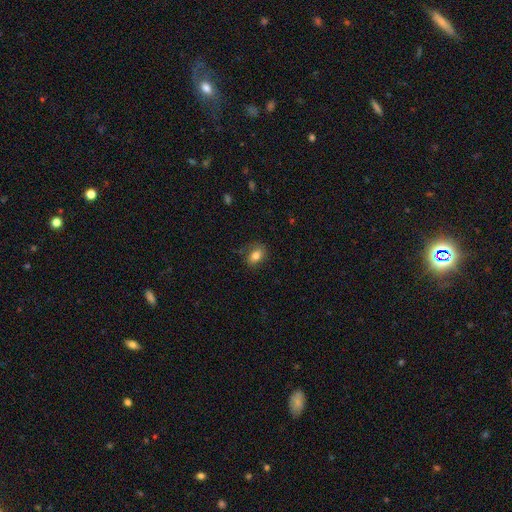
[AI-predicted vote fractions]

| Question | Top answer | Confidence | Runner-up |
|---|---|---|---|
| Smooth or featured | smooth | 81% | featured or disk (10%) |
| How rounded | in between | 80% | round (18%) |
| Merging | none | 77% | minor disturbance (17%) |